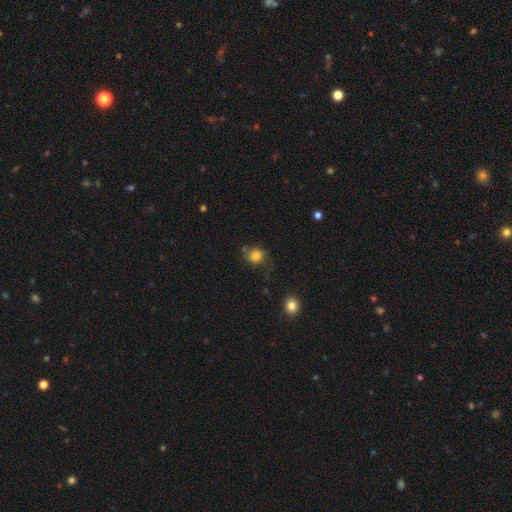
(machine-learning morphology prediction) Smooth or featured? smooth (82%)
How rounded? round (81%)
Merging? none (64%)